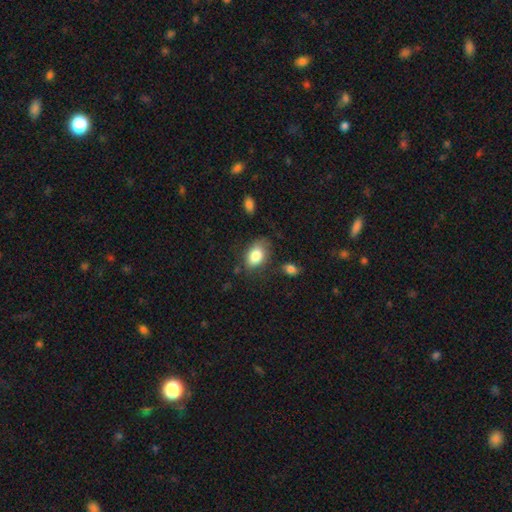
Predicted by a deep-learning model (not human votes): Q: Smooth or featured?
A: smooth (83%); runner-up: featured or disk (9%)
Q: How rounded?
A: in between (87%); runner-up: round (12%)
Q: Merging?
A: none (64%); runner-up: minor disturbance (24%)